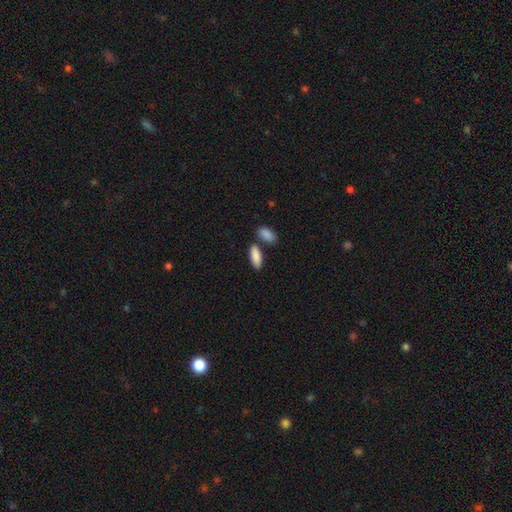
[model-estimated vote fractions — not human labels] Morphology: type=smooth (89%); roundness=in between (78%); merging=none (68%).